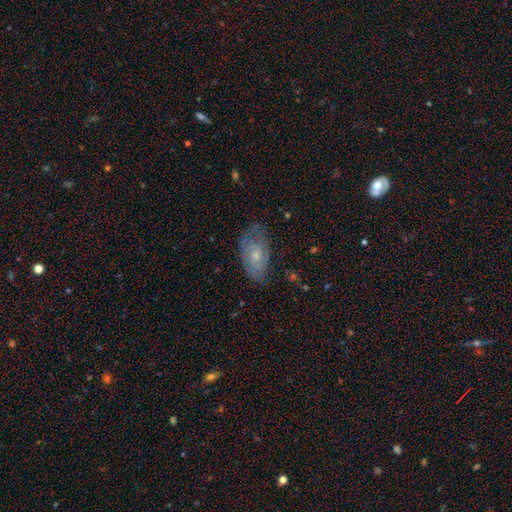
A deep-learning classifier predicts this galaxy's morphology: Overall: featured or disk (56%; smooth 37%). Edge-on disk: no (93%). Bar: no (78%). Spiral arms: yes (71%). Bulge size: small (51%; moderate 42%). Merging: none (64%; minor disturbance 26%).